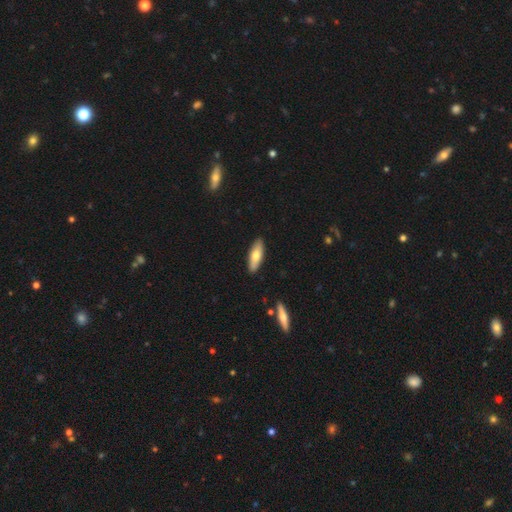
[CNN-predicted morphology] smooth-or-featured: smooth: 68% | featured or disk: 26% | star or artifact: 6%
  how-rounded: in between: 55% | cigar-shaped: 43% | round: 2%
  merging: none: 89% | minor disturbance: 8% | major disturbance: 2% | merger: 1%